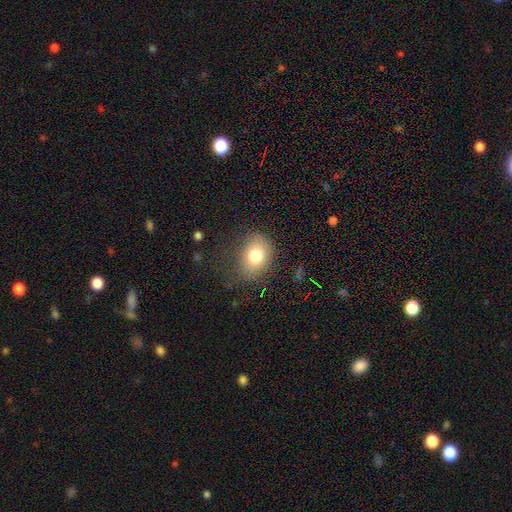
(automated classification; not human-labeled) Smooth or featured? Predicted: smooth (p=0.79). How rounded? Predicted: in between (p=0.55). Merging? Predicted: none (p=0.67).